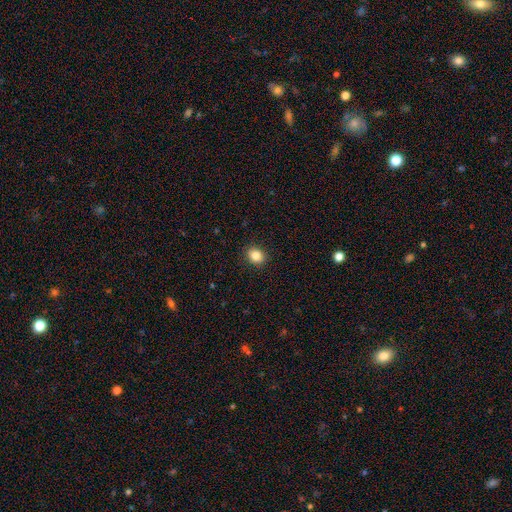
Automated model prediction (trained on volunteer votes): The model was most divided on "how rounded": round: 59%, in between: 40%, cigar-shaped: 1%. More confident: merging — none (90%); smooth or featured — smooth (85%).